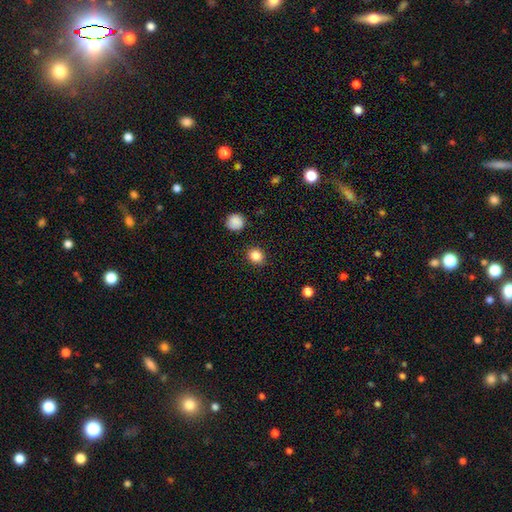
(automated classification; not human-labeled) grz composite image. It shows a smooth galaxy with no disk features (85%) that is round (77%). Merging: none (89%).